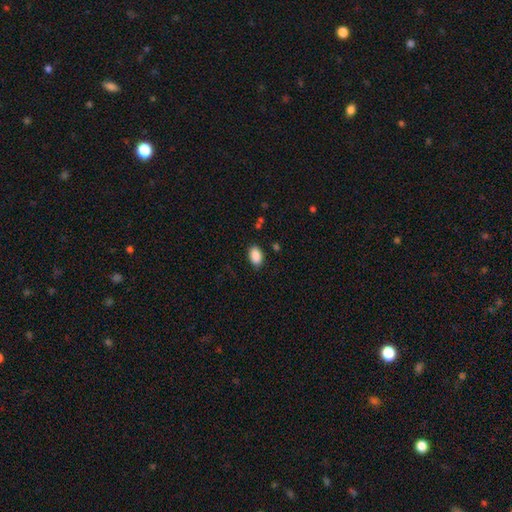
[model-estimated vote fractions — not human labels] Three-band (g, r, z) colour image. It shows a smooth galaxy with no disk features (89%) that is in between round and cigar-shaped (92%). Merging: none (86%).